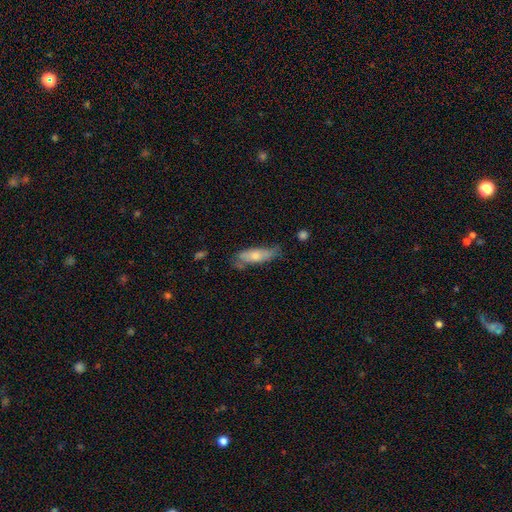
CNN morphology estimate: smooth-or-featured: smooth: 63% | featured or disk: 31% | star or artifact: 6%
  how-rounded: in between: 50% | cigar-shaped: 48% | round: 2%
  merging: none: 58% | minor disturbance: 29% | major disturbance: 8% | merger: 5%